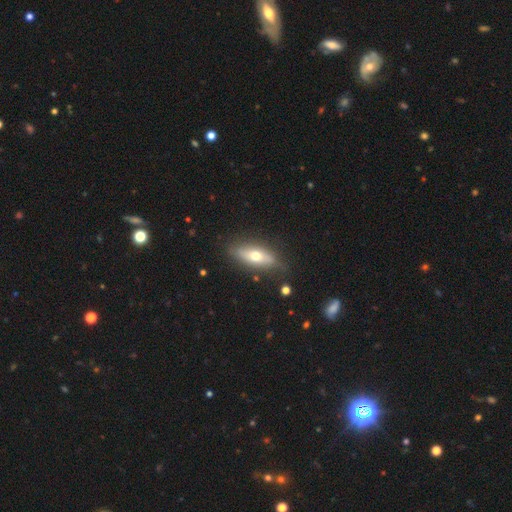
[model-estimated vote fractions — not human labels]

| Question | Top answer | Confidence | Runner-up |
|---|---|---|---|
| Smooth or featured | smooth | 54% | featured or disk (40%) |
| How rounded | in between | 65% | cigar-shaped (32%) |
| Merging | none | 77% | minor disturbance (17%) |